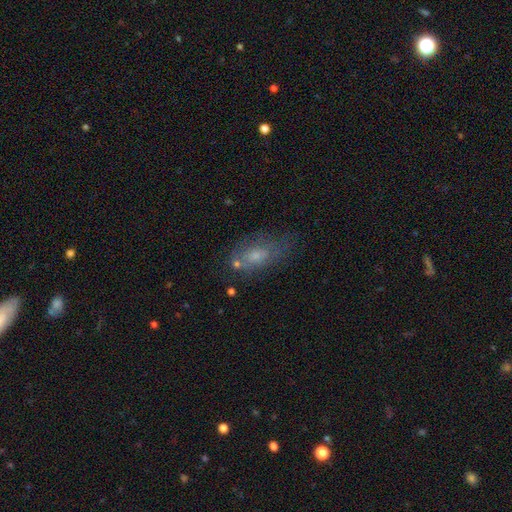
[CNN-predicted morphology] smooth 56%, featured or disk 32%, star or artifact 12%. Down the decision tree: how rounded — in between (81%); merging — none (51%).